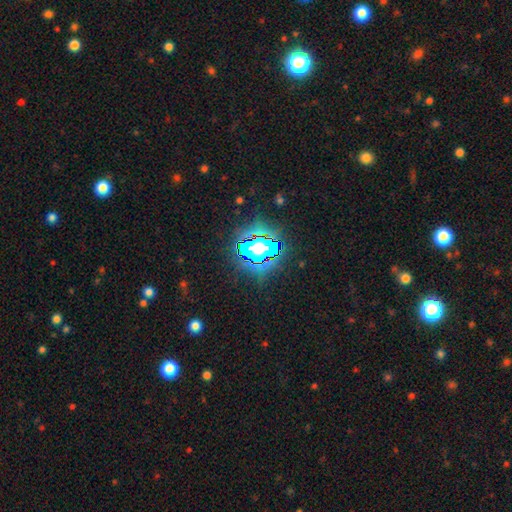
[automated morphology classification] A star or artifact, not a galaxy (72%).